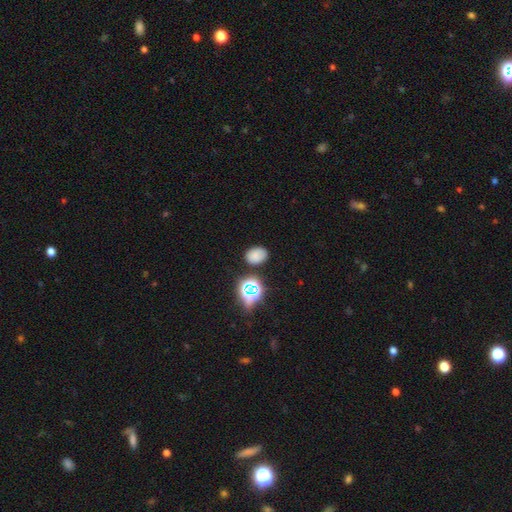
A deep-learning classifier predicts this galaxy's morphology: A smooth galaxy with no disk features (71%) that is in between round and cigar-shaped (70%).

Vote fractions:
- Smooth or featured? smooth: 71% / star or artifact: 20% / featured or disk: 9%
- How rounded? in between: 70% / round: 29% / cigar-shaped: 1%
- Merging? none: 79% / minor disturbance: 14% / merger: 4% / major disturbance: 4%